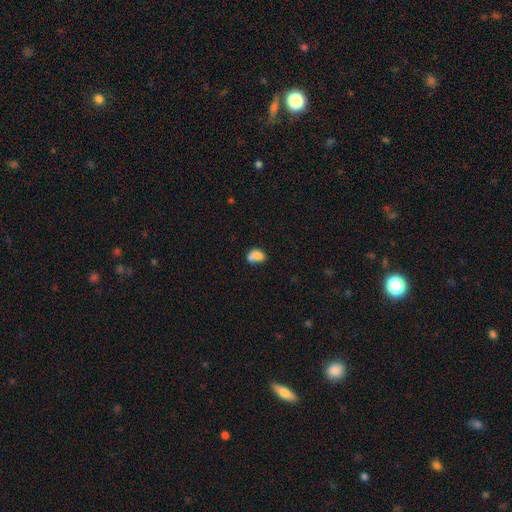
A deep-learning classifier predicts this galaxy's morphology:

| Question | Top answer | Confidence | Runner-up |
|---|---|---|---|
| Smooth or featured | smooth | 73% | featured or disk (17%) |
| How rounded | in between | 70% | round (28%) |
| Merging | merger | 54% | none (24%) |